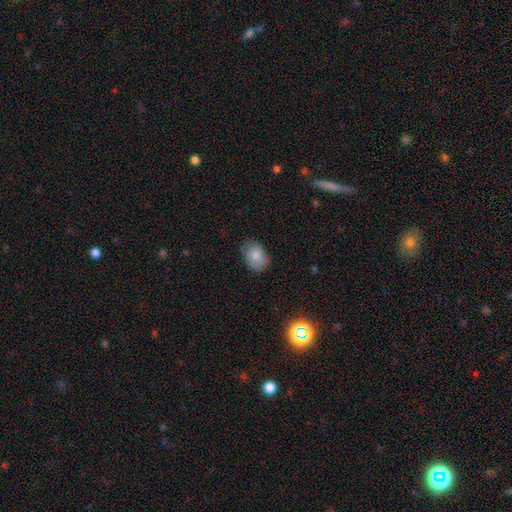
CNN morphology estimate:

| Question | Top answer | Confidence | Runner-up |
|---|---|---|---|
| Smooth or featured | smooth | 81% | featured or disk (11%) |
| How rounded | in between | 71% | round (29%) |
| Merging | none | 70% | minor disturbance (24%) |